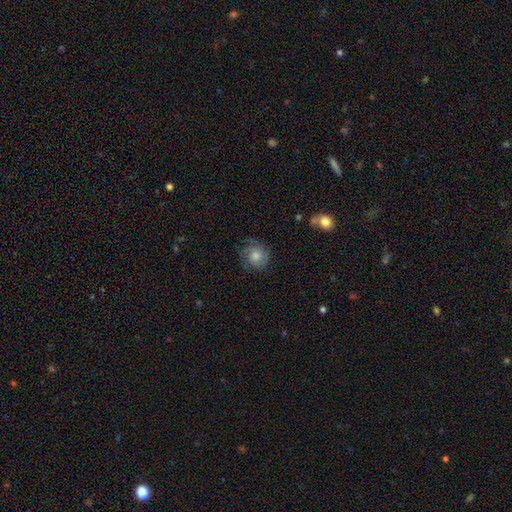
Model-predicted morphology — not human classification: Smooth or featured? Predicted: featured or disk (p=0.53). Edge-on disk? Predicted: no (p=0.97). Bar? Predicted: no (p=0.79). Spiral arms? Predicted: yes (p=0.88). Bulge size? Predicted: moderate (p=0.56). Merging? Predicted: none (p=0.76).